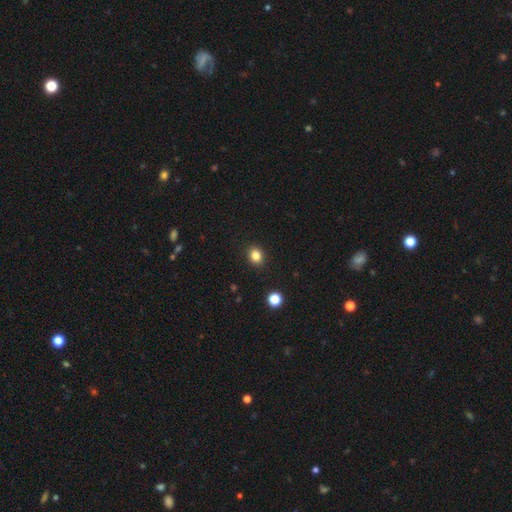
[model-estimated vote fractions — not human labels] Smooth or featured? Predicted: smooth (p=0.83). How rounded? Predicted: round (p=0.62). Merging? Predicted: none (p=0.91).